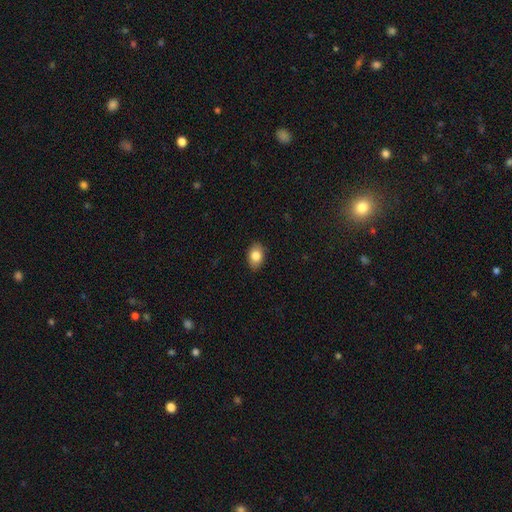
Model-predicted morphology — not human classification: Smooth or featured?
  - smooth: 83% *
  - featured or disk: 9%
  - star or artifact: 8%
How rounded?
  - in between: 78% *
  - round: 20%
  - cigar-shaped: 1%
Merging?
  - none: 87% *
  - minor disturbance: 10%
  - major disturbance: 2%
  - merger: 1%